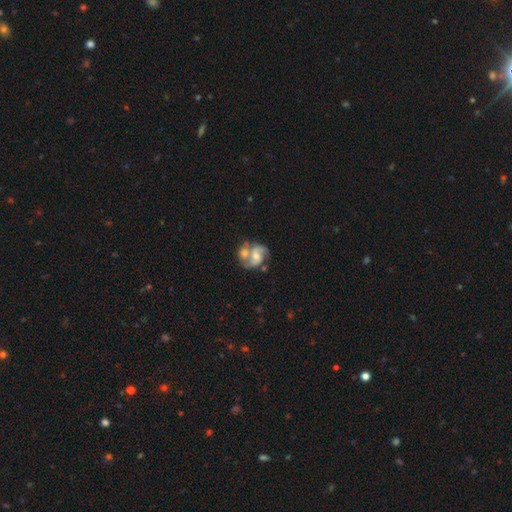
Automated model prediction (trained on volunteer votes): featured or disk 75%, smooth 19%, star or artifact 6%. Down the decision tree: edge-on disk — no (98%); bar — no (50%); spiral arms — yes (89%); spiral arm count — 2 (84%); spiral winding — medium (55%); bulge size — moderate (58%); merging — merger (50%).